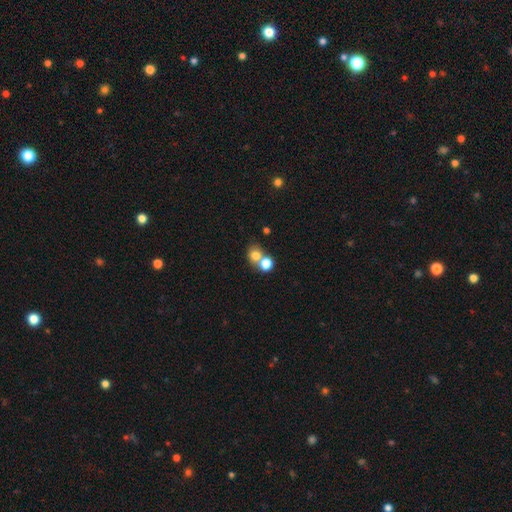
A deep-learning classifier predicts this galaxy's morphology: Smooth or featured? Predicted: smooth (p=0.75). How rounded? Predicted: round (p=0.73). Merging? Predicted: merger (p=0.50).